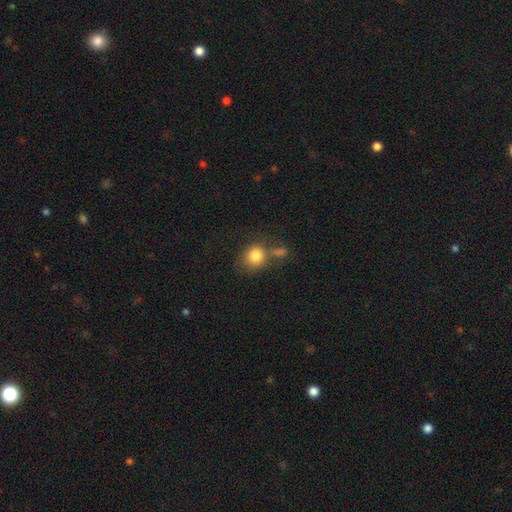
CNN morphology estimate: The model was most divided on "merging": none: 52%, merger: 24%, minor disturbance: 16%, major disturbance: 8%. More confident: smooth or featured — smooth (82%); how rounded — round (74%).